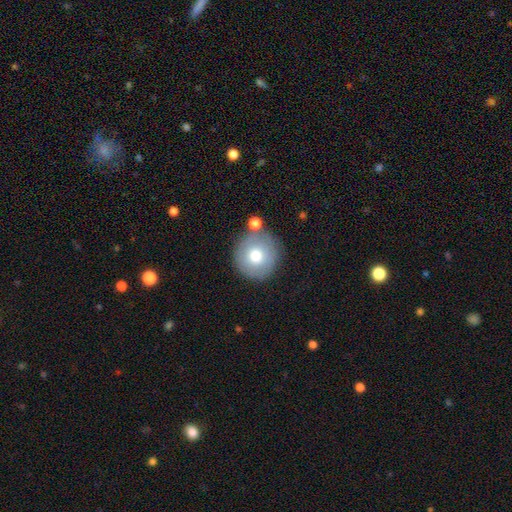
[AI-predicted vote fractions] Overall: smooth (70%). How rounded: round (93%). Merging: none (73%).